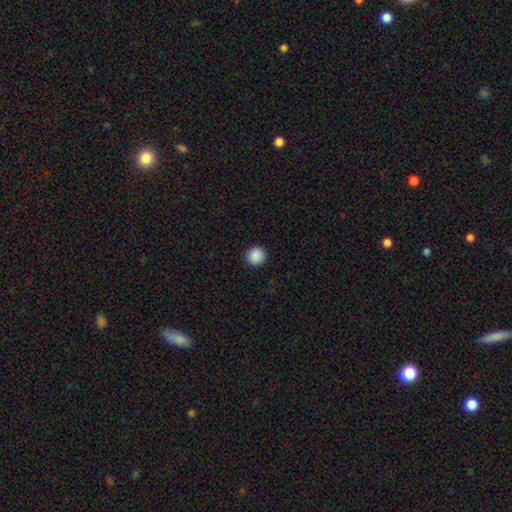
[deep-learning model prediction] Smooth or featured? smooth (89%)
How rounded? round (90%)
Merging? none (92%)